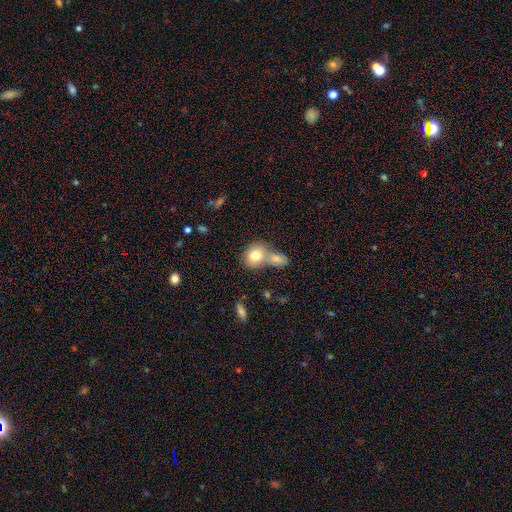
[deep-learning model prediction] smooth 76%, featured or disk 15%, star or artifact 9%. Down the decision tree: how rounded — round (61%); merging — merger (50%).